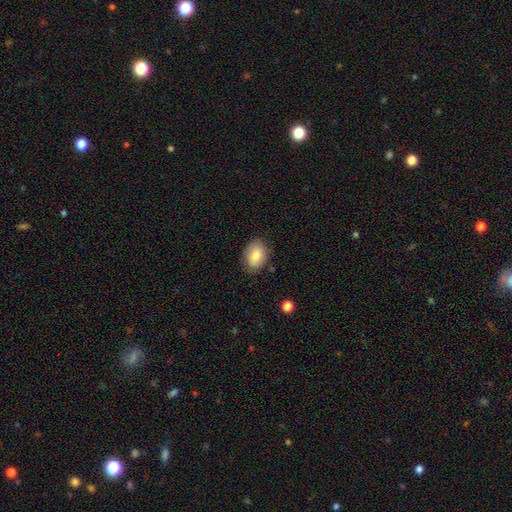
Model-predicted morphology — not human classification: The model was most divided on "how rounded": in between: 76%, round: 23%, cigar-shaped: 1%. More confident: smooth or featured — smooth (83%); merging — none (81%).